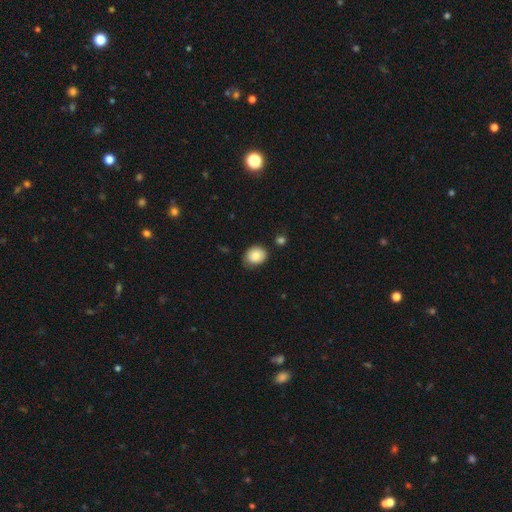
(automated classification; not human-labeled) Overall: smooth (83%). How rounded: round (56%; in between 43%). Merging: none (73%).